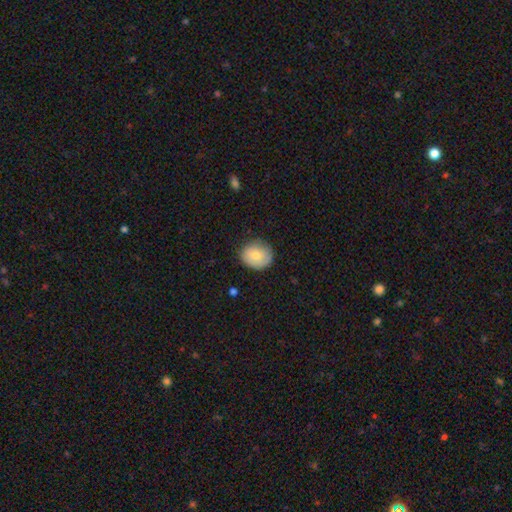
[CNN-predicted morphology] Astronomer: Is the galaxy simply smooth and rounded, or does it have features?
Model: smooth — 79%.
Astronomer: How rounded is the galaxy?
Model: round — 74%.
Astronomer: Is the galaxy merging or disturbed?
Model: none — 78%.